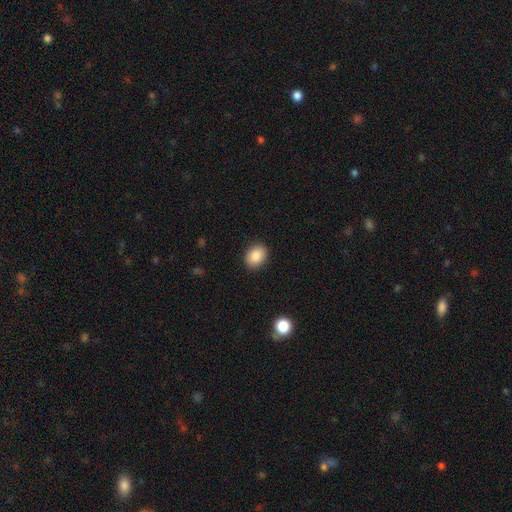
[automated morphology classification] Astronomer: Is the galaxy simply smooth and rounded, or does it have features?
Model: smooth — 87%.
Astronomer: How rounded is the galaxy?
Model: in between — 61% (runner-up: round, 38%).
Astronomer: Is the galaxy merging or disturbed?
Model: none — 89%.